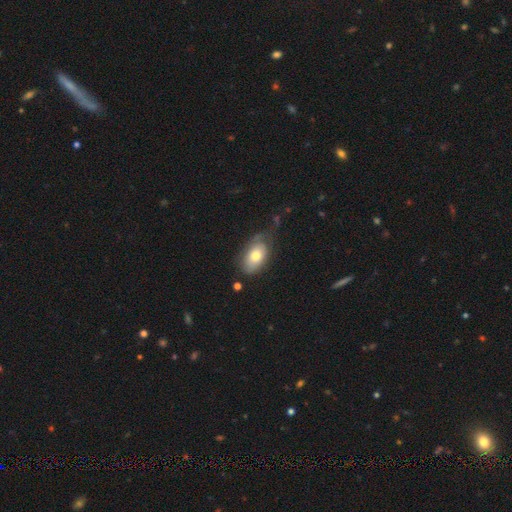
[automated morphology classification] Smooth or featured?
  - smooth: 68% *
  - featured or disk: 25%
  - star or artifact: 7%
How rounded?
  - in between: 91% *
  - round: 6%
  - cigar-shaped: 2%
Merging?
  - none: 49% *
  - minor disturbance: 32%
  - major disturbance: 15%
  - merger: 4%